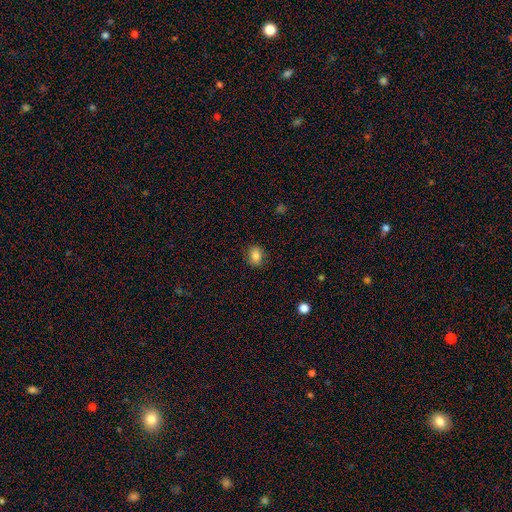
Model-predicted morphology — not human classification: Smooth or featured: smooth — 84% (star or artifact — 10%)
How rounded: in between — 60% (round — 38%)
Merging: none — 85% (minor disturbance — 11%)